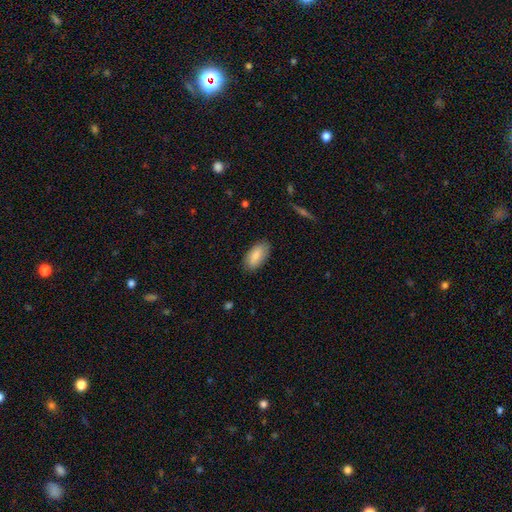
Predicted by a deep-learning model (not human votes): smooth_or_featured: smooth (p=0.84) [alt: featured or disk p=0.09]
how_rounded: in between (p=0.91) [alt: cigar-shaped p=0.07]
merging: none (p=0.85) [alt: minor disturbance p=0.11]